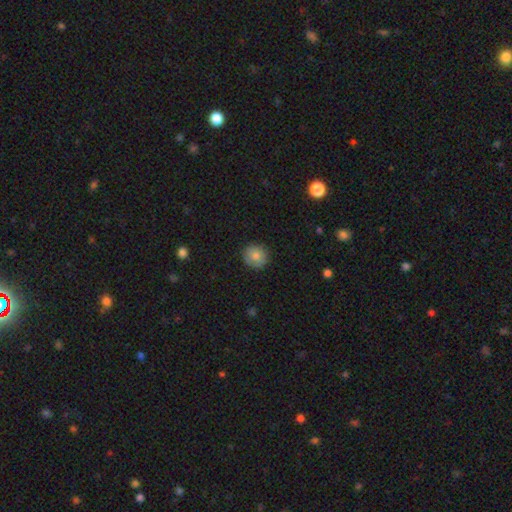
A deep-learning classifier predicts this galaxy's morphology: Smooth or featured? Predicted: smooth (p=0.81). How rounded? Predicted: round (p=0.93). Merging? Predicted: none (p=0.89).